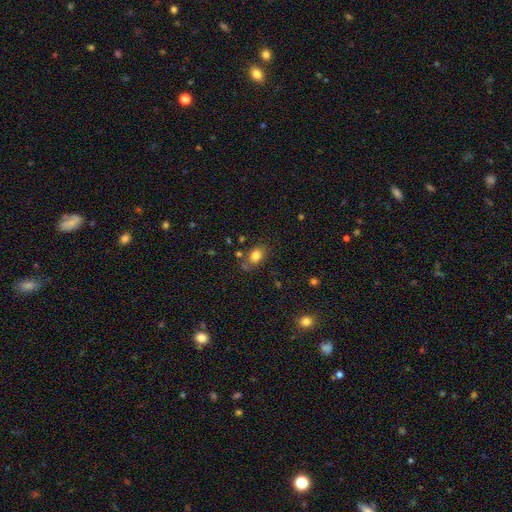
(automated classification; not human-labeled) smooth 82%, star or artifact 11%, featured or disk 7%. Down the decision tree: how rounded — in between (73%); merging — none (69%).